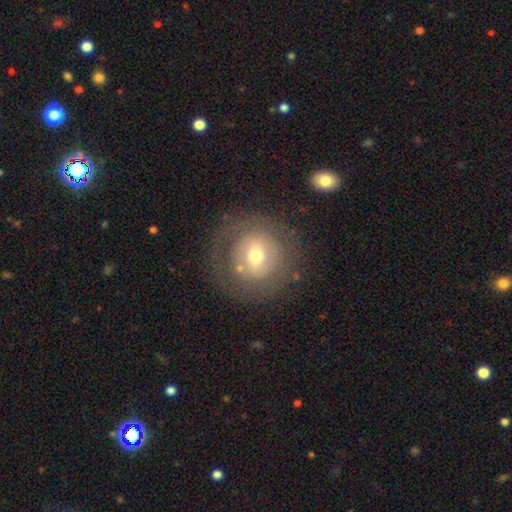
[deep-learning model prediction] Smooth or featured: smooth — 46% (featured or disk — 45%)
Merging: none — 79% (minor disturbance — 11%)